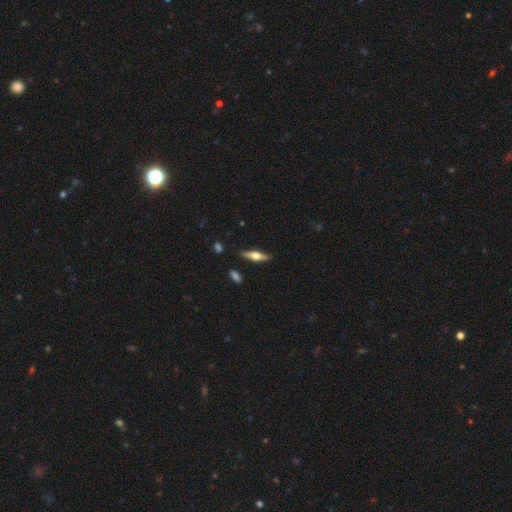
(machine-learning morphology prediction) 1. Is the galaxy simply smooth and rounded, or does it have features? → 62% featured or disk, 33% smooth, 6% star or artifact.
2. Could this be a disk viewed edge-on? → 96% yes, 4% no.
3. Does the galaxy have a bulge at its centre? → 95% rounded, 4% boxy, 2% none.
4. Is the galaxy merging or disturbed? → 87% none, 9% minor disturbance, 2% major disturbance, 2% merger.